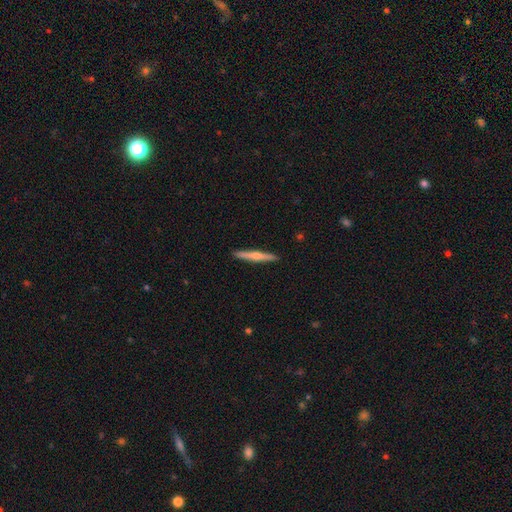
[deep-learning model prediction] Smooth or featured?
  - featured or disk: 51% *
  - smooth: 44%
  - star or artifact: 5%
Edge-on disk?
  - yes: 97% *
  - no: 3%
Merging?
  - none: 92% *
  - minor disturbance: 6%
  - major disturbance: 1%
  - merger: 1%